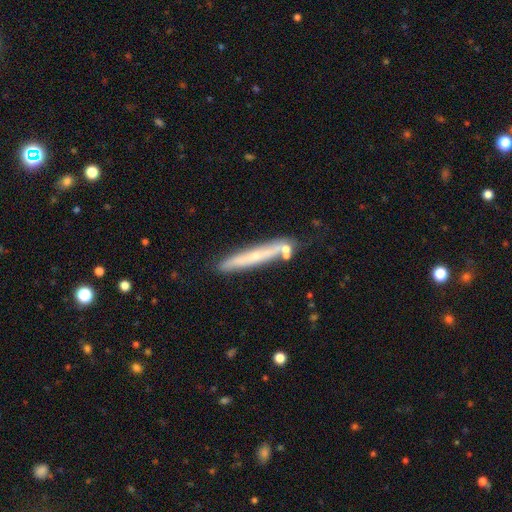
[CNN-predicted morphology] type=featured or disk (52%); edge-on=yes (87%); merging=none (75%).